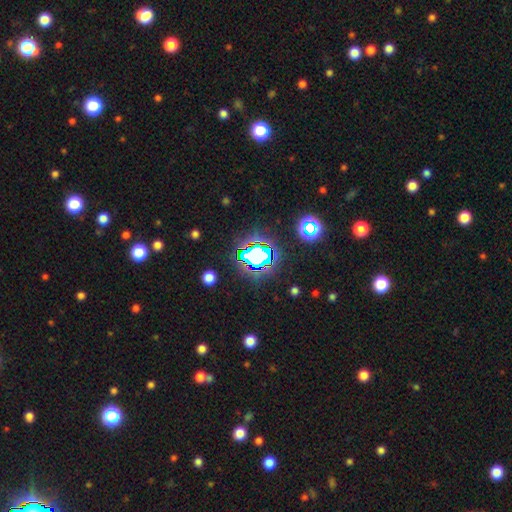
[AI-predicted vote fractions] Morphology: type=star or artifact (64%).